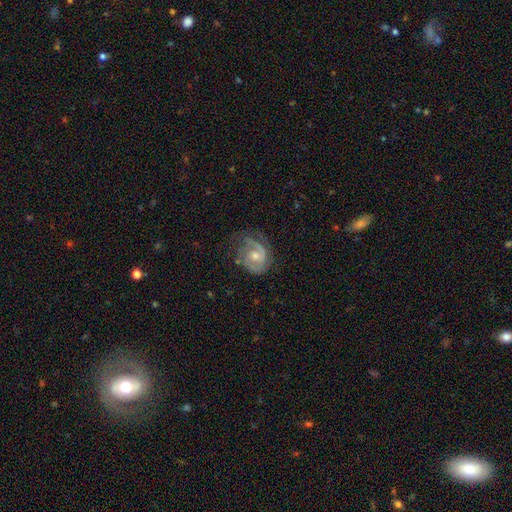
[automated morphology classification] A featured or disk galaxy (83%) with no bar (58%), 2 (69%) tight (47%) spiral arms (95%) and a moderate central bulge (59%). Merging: none (66%).